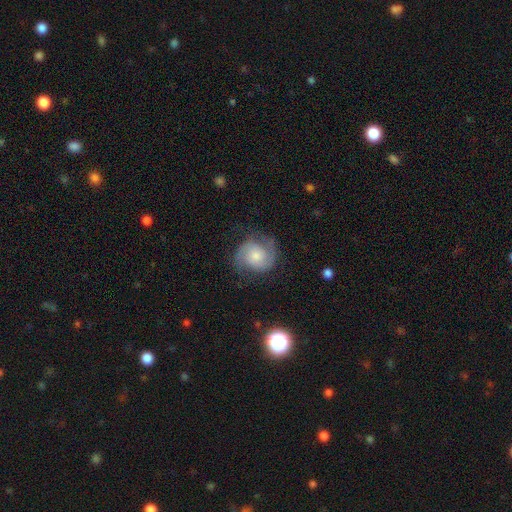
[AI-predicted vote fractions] smooth-or-featured: featured or disk: 74% | smooth: 19% | star or artifact: 7%
  disk-edge-on: no: 98% | yes: 2%
    bar: no: 70% | weak: 26% | strong: 4%
    has-spiral-arms: yes: 95% | no: 5%
      spiral-winding: medium: 47% | tight: 38% | loose: 15%
      spiral-arm-count: 2: 85% | can't tell: 6% | 3: 3% | 1: 2% | 4: 1% | more than 4: 1%
    bulge-size: moderate: 42% | small: 39% | large: 10% | none: 7% | dominant: 2%
  merging: none: 72% | minor disturbance: 18% | major disturbance: 8% | merger: 1%